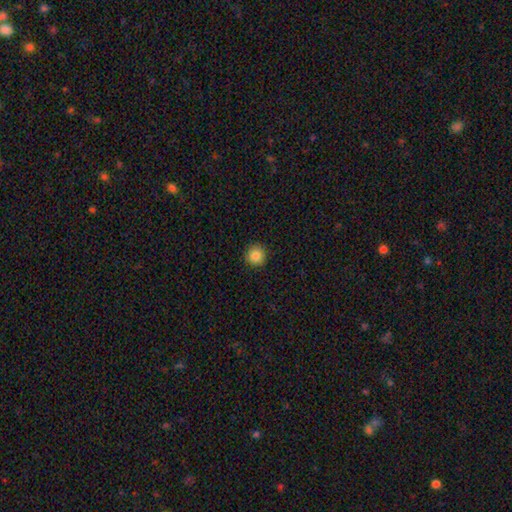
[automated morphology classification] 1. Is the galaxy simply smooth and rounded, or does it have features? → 84% smooth, 10% star or artifact, 5% featured or disk.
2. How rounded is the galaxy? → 95% round, 4% in between, 1% cigar-shaped.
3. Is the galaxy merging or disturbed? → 92% none, 5% minor disturbance, 2% major disturbance, 1% merger.